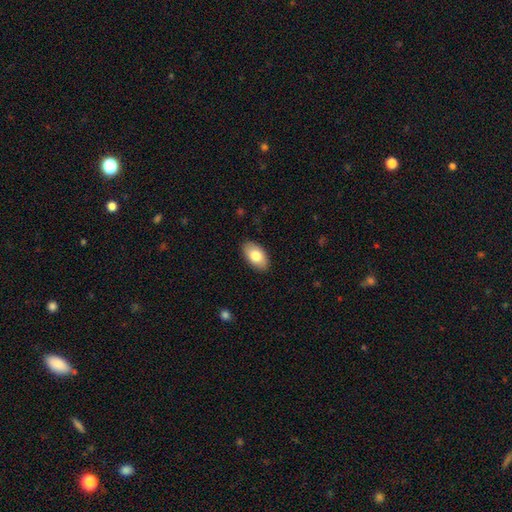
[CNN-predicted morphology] This appears to be a smooth galaxy with no disk features (82%) that is in between round and cigar-shaped (94%). Merging: none (88%).